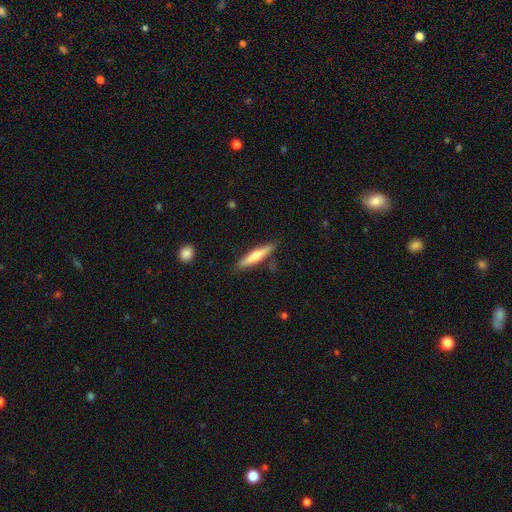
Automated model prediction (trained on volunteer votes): Overall: smooth (54%; featured or disk 40%). How rounded: cigar-shaped (88%). Merging: none (85%).